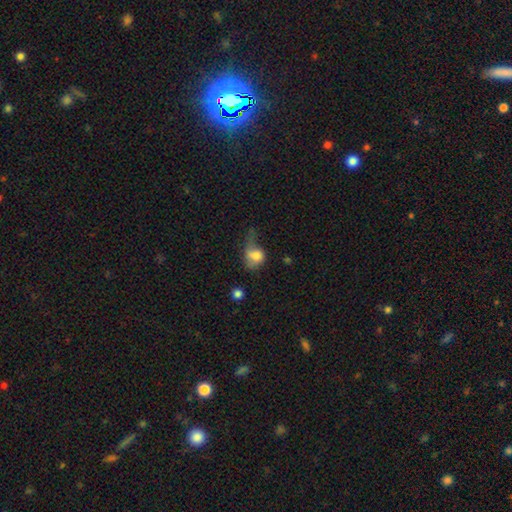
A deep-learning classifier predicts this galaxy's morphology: This is likely a smooth galaxy (70%). How rounded: possibly in between (52%). Merging: possibly major disturbance (48%).